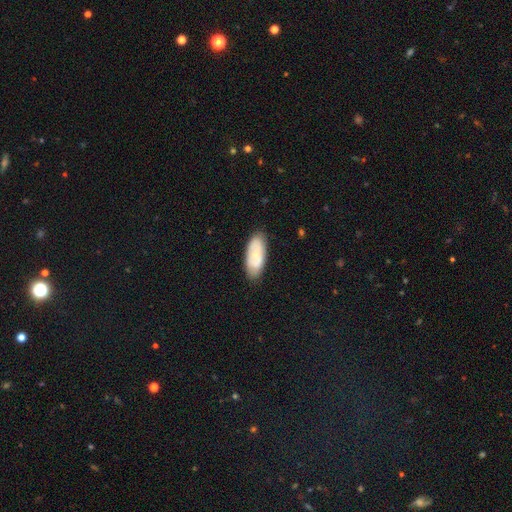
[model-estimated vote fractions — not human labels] Smooth or featured? Predicted: smooth (p=0.53). How rounded? Predicted: in between (p=0.88). Merging? Predicted: none (p=0.82).